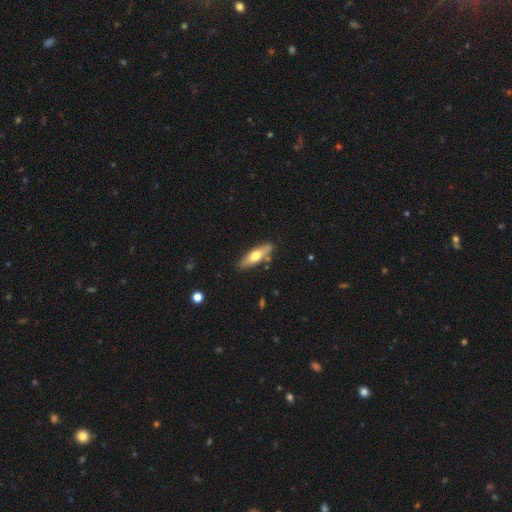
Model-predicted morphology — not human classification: The model was most divided on "how rounded": cigar-shaped: 52%, in between: 46%, round: 2%. More confident: merging — none (79%); smooth or featured — smooth (55%).